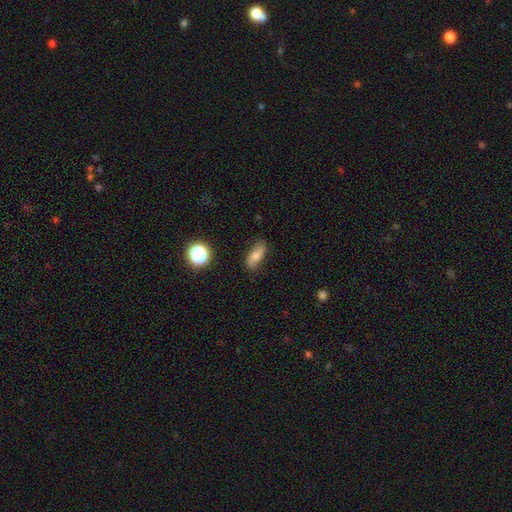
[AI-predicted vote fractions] Overall: smooth (60%; featured or disk 29%). How rounded: in between (74%). Merging: none (78%).